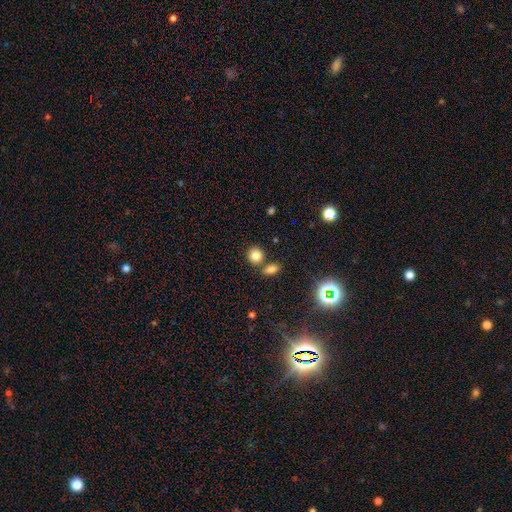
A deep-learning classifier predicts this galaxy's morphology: smooth_or_featured: smooth (p=0.81) [alt: star or artifact p=0.13]
how_rounded: round (p=0.79) [alt: in between p=0.20]
merging: none (p=0.66) [alt: merger p=0.22]